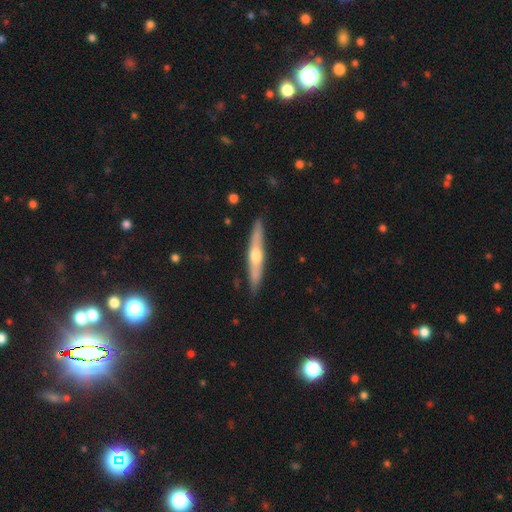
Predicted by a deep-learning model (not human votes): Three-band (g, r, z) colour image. It shows a featured or disk galaxy (65%) viewed edge-on (94%) with a rounded central bulge (88%). Merging: none (89%).